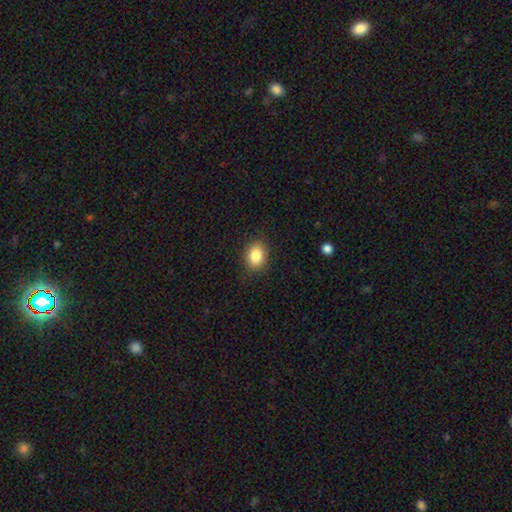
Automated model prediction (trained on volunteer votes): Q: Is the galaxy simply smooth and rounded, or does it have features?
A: smooth — 85%.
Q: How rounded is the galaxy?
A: in between — 65%.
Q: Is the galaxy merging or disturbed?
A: none — 87%.